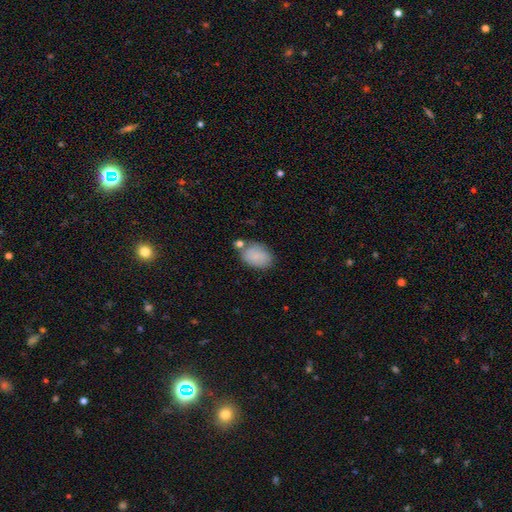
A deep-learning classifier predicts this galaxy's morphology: Smooth or featured: smooth — 81% (featured or disk — 12%)
How rounded: in between — 85% (round — 13%)
Merging: none — 60% (minor disturbance — 21%)